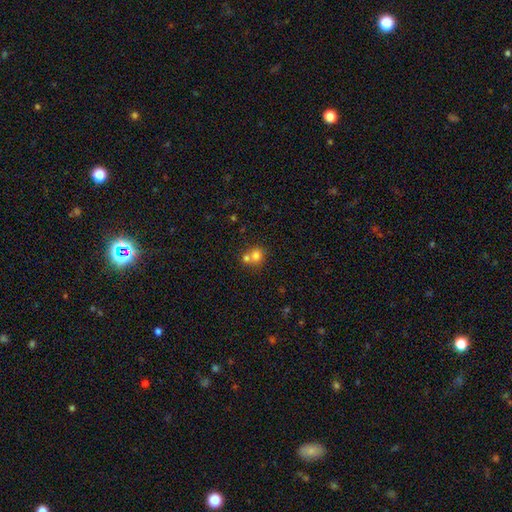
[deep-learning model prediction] This appears to be a smooth galaxy with no disk features (75%) that is round (83%). Merging: merger (49%).